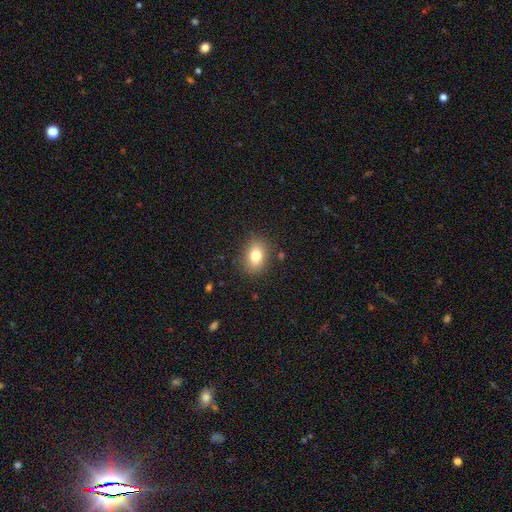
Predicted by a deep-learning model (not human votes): A smooth galaxy with no disk features (80%) that is in between round and cigar-shaped (75%).

Vote fractions:
- Smooth or featured? smooth: 80% / featured or disk: 10% / star or artifact: 10%
- How rounded? in between: 75% / round: 24% / cigar-shaped: 2%
- Merging? none: 84% / minor disturbance: 11% / major disturbance: 3% / merger: 2%